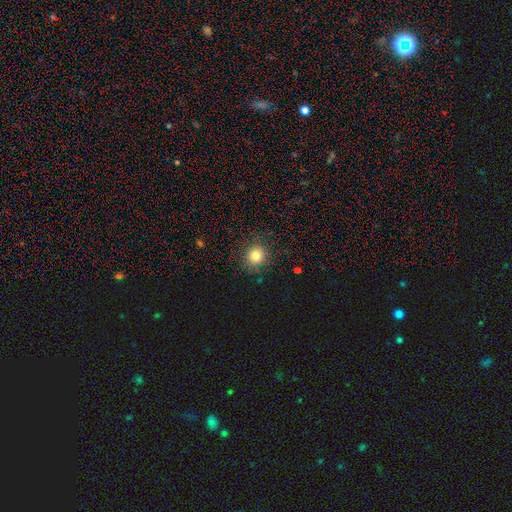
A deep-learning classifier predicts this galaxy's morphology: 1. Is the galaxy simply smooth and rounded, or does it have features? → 80% smooth, 13% star or artifact, 7% featured or disk.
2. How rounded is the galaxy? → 90% round, 9% in between, 1% cigar-shaped.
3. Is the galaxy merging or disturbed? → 88% none, 8% minor disturbance, 3% major disturbance, 1% merger.